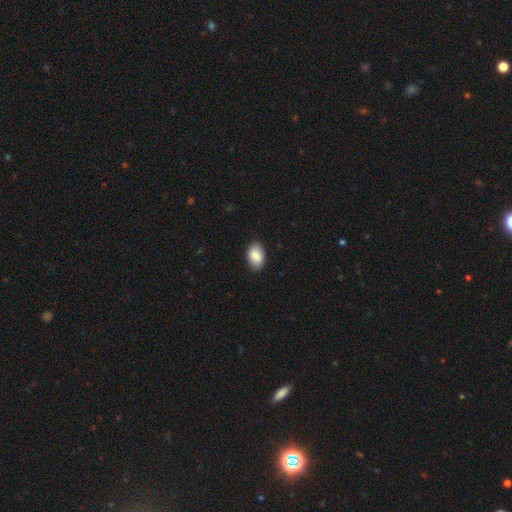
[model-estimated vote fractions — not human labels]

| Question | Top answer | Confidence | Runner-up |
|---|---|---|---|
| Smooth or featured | smooth | 86% | featured or disk (8%) |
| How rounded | in between | 90% | round (9%) |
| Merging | none | 87% | minor disturbance (10%) |